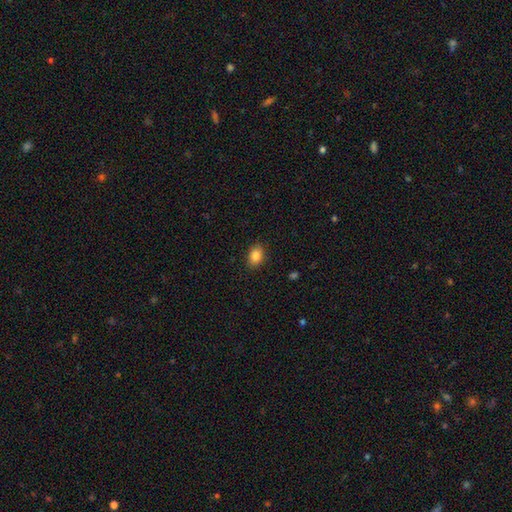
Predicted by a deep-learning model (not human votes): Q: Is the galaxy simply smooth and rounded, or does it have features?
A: smooth — 85%.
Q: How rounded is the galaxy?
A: in between — 77%.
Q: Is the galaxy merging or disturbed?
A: none — 88%.